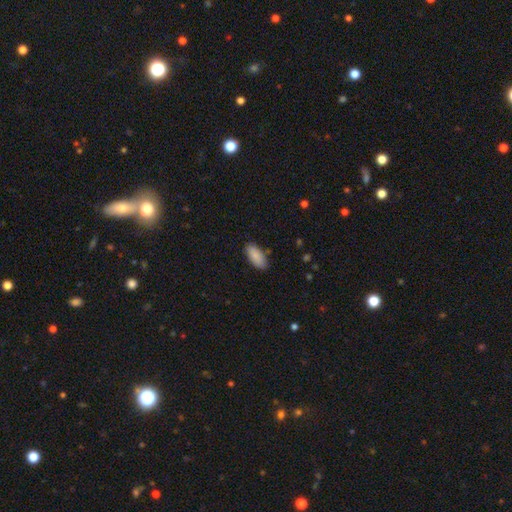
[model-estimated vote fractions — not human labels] Q: Smooth or featured?
A: smooth (87%); runner-up: featured or disk (6%)
Q: How rounded?
A: in between (90%); runner-up: cigar-shaped (8%)
Q: Merging?
A: none (84%); runner-up: minor disturbance (12%)